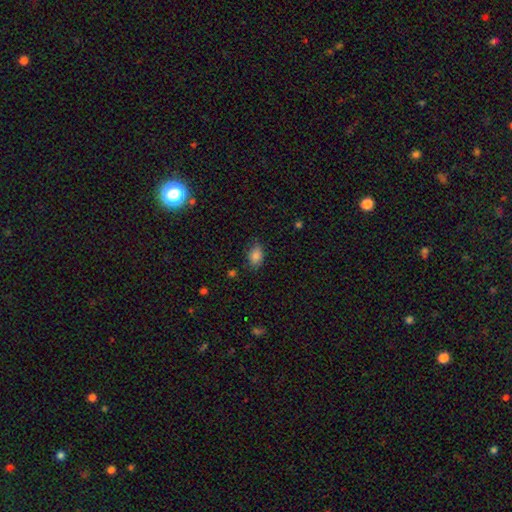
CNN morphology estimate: Overall: smooth (85%). How rounded: in between (80%). Merging: none (74%).